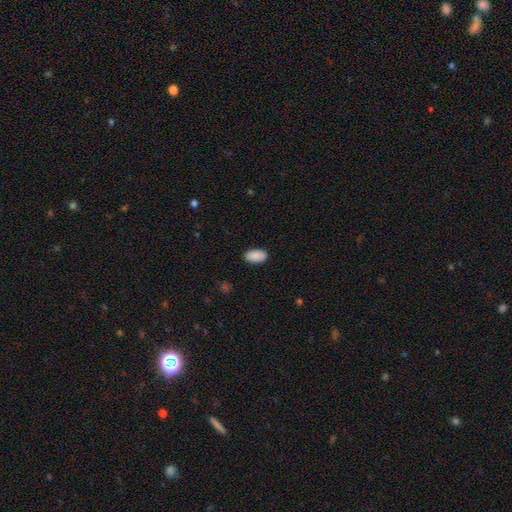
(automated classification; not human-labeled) Smooth or featured?
  - smooth: 90% *
  - star or artifact: 6%
  - featured or disk: 4%
How rounded?
  - in between: 95% *
  - round: 3%
  - cigar-shaped: 2%
Merging?
  - none: 89% *
  - minor disturbance: 8%
  - major disturbance: 2%
  - merger: 1%